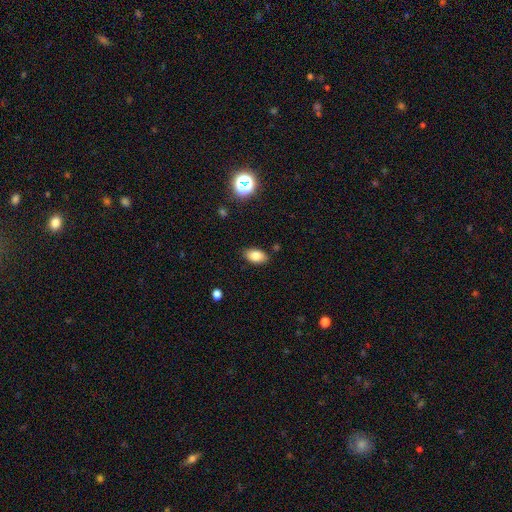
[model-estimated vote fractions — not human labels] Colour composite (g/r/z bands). It shows a smooth galaxy with no disk features (82%) that is in between round and cigar-shaped (90%). Merging: none (85%).